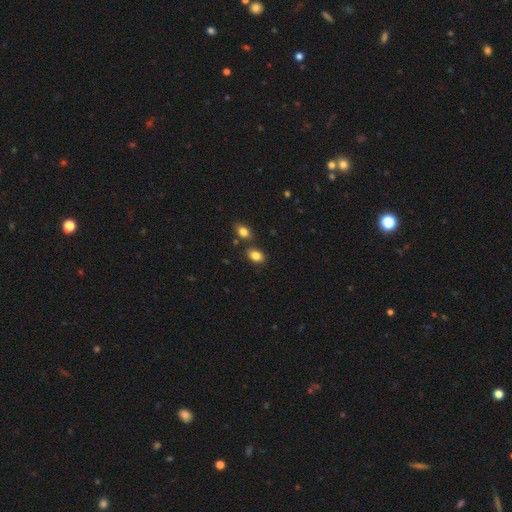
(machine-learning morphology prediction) Overall: smooth (84%). How rounded: in between (78%). Merging: none (73%).